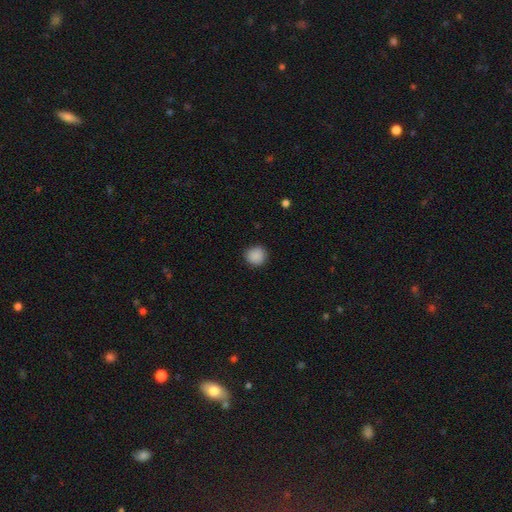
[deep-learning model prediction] A smooth galaxy with no disk features (89%) that is round (92%).

Vote fractions:
- Smooth or featured? smooth: 89% / star or artifact: 8% / featured or disk: 3%
- How rounded? round: 92% / in between: 7% / cigar-shaped: 1%
- Merging? none: 90% / minor disturbance: 7% / major disturbance: 2% / merger: 1%